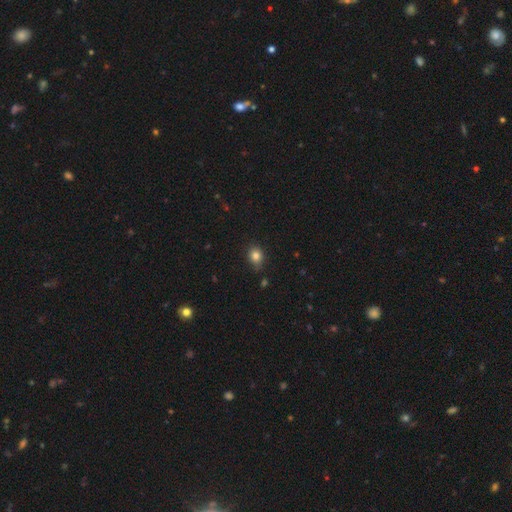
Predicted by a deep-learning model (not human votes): smooth-or-featured: smooth: 83% | star or artifact: 11% | featured or disk: 6%
  how-rounded: round: 62% | in between: 37% | cigar-shaped: 1%
  merging: none: 79% | minor disturbance: 16% | major disturbance: 3% | merger: 2%